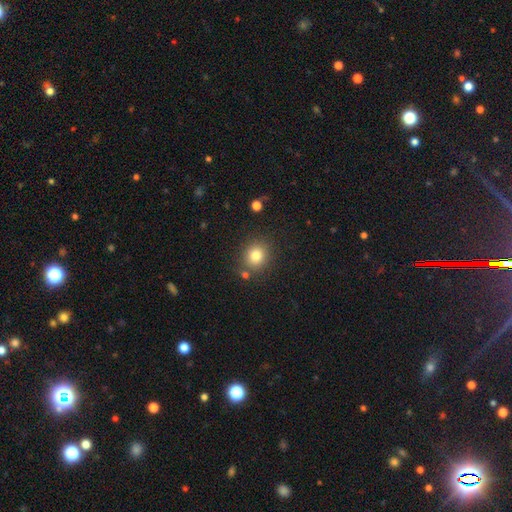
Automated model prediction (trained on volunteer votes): This appears to be a smooth galaxy with no disk features (81%) that is round (79%). Merging: none (82%).